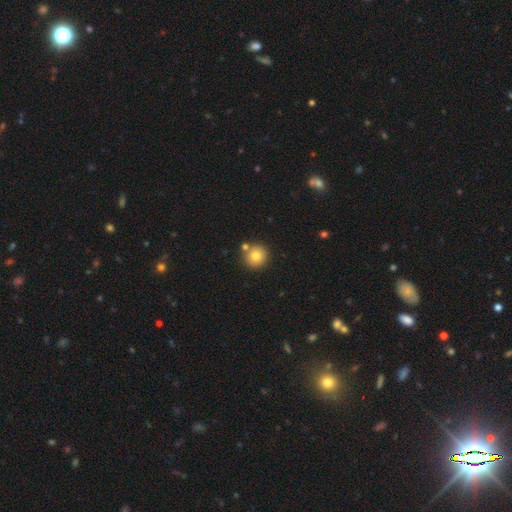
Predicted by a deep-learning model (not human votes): This is likely a smooth galaxy (79%). How rounded: clearly round (93%). Merging: likely none (76%).